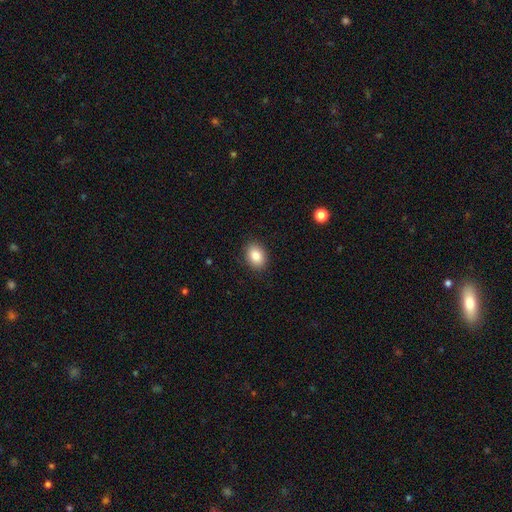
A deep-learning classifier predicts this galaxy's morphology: This appears to be a smooth galaxy with no disk features (86%) that is in between round and cigar-shaped (69%). Merging: none (89%).